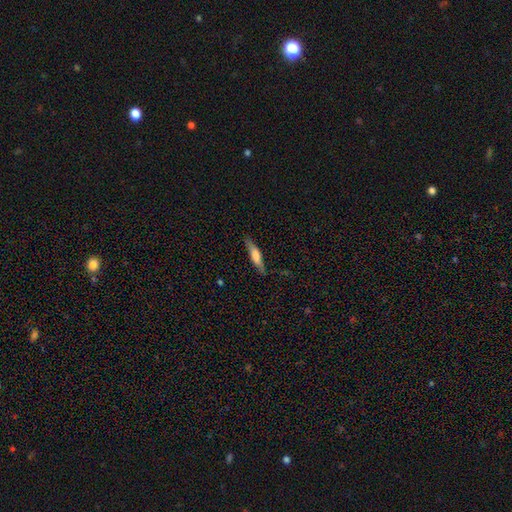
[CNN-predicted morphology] smooth_or_featured: smooth (p=0.59) [alt: featured or disk p=0.35]
how_rounded: cigar-shaped (p=0.81) [alt: in between p=0.17]
merging: none (p=0.81) [alt: minor disturbance p=0.14]